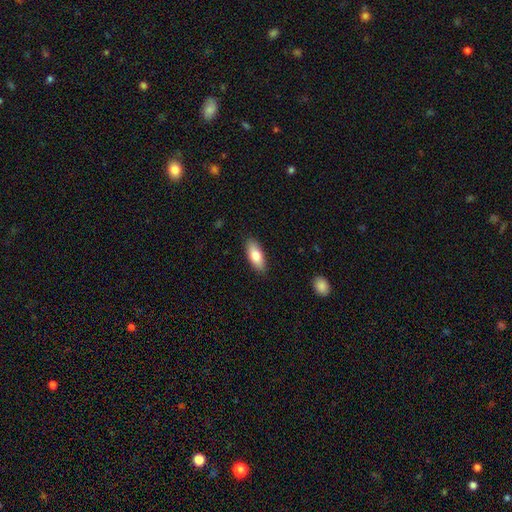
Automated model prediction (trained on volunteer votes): Morphology: type=smooth (79%); roundness=in between (80%); merging=none (88%).